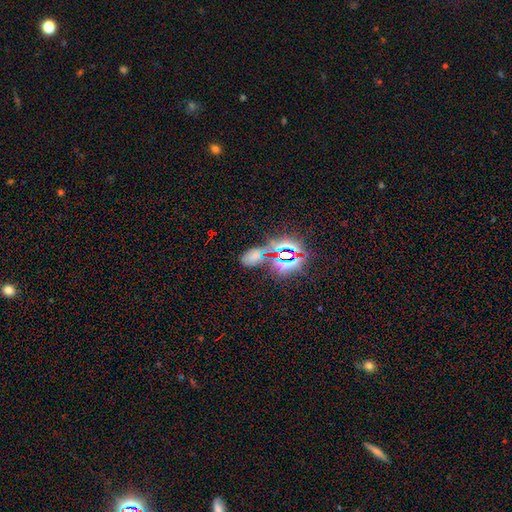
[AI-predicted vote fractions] Smooth or featured? Predicted: star or artifact (p=0.52).